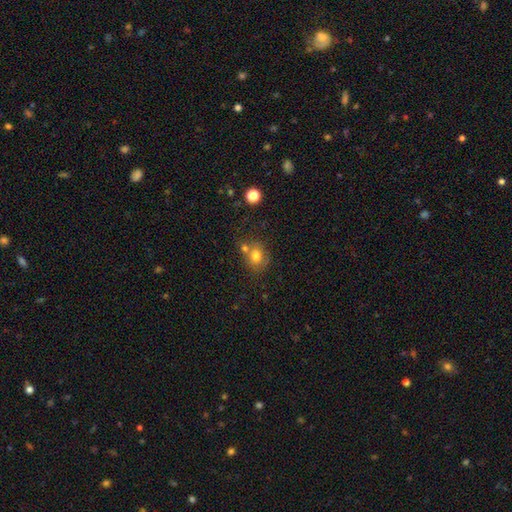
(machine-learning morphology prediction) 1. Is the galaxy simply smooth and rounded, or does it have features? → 76% smooth, 12% featured or disk, 11% star or artifact.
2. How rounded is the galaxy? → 65% round, 34% in between, 1% cigar-shaped.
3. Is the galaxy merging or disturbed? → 49% none, 31% merger, 15% minor disturbance, 6% major disturbance.